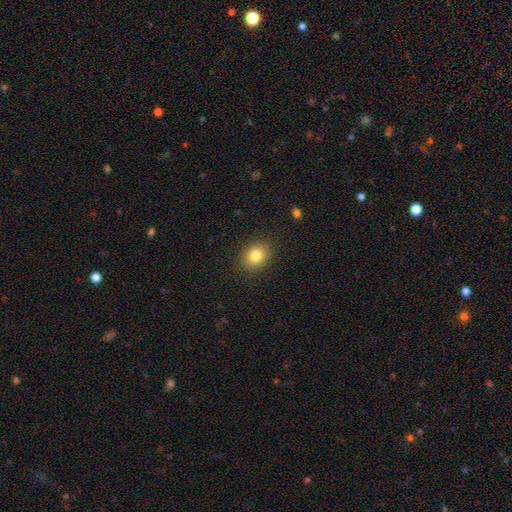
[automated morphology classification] Overall: smooth (82%). How rounded: in between (55%; round 44%). Merging: none (88%).